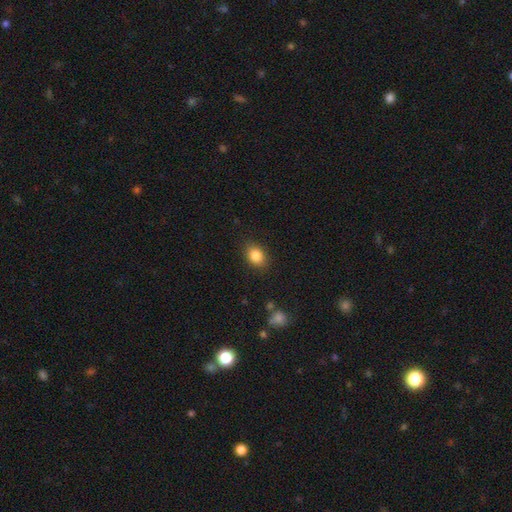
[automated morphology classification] A smooth galaxy with no disk features (85%) that is in between round and cigar-shaped (62%).

Vote fractions:
- Smooth or featured? smooth: 85% / star or artifact: 9% / featured or disk: 6%
- How rounded? in between: 62% / round: 36% / cigar-shaped: 1%
- Merging? none: 85% / minor disturbance: 11% / major disturbance: 3% / merger: 1%